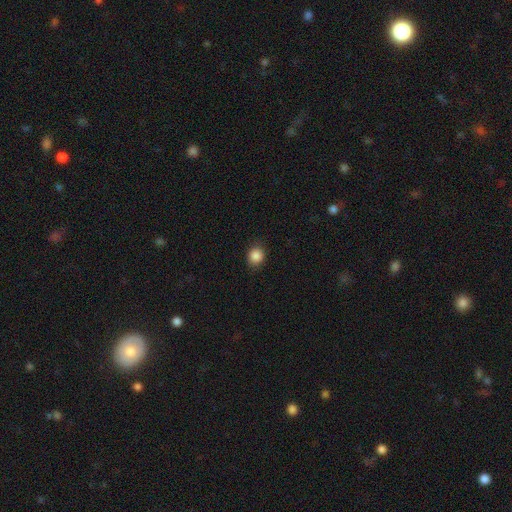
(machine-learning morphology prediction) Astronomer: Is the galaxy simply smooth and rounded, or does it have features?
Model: smooth — 86%.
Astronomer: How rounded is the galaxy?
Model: round — 73%.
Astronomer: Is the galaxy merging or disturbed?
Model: none — 85%.